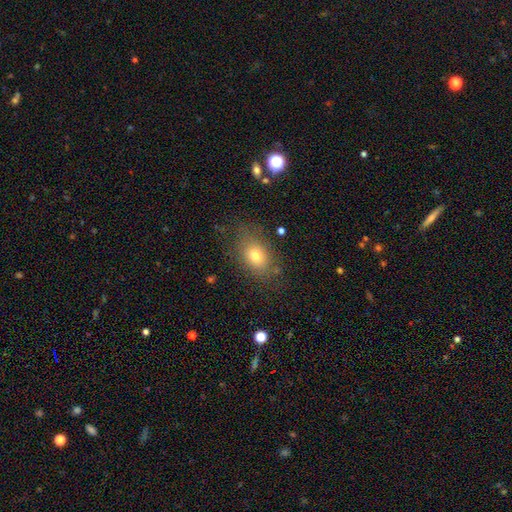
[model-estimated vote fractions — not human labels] Smooth or featured: smooth — 73% (featured or disk — 15%)
How rounded: in between — 75% (round — 23%)
Merging: none — 76% (minor disturbance — 16%)